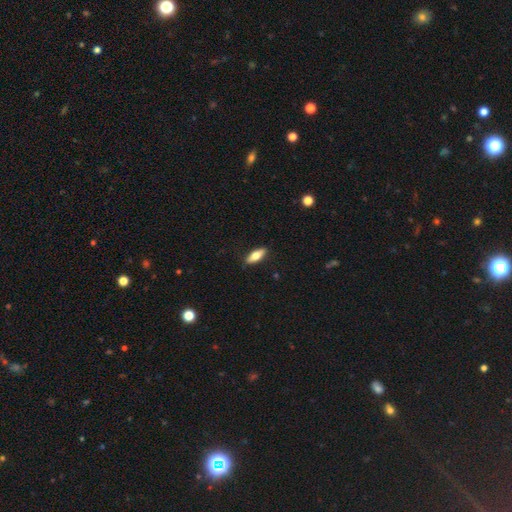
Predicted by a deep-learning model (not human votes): Smooth or featured?
  - smooth: 68% *
  - featured or disk: 26%
  - star or artifact: 6%
How rounded?
  - in between: 66% *
  - cigar-shaped: 31%
  - round: 3%
Merging?
  - none: 89% *
  - minor disturbance: 8%
  - major disturbance: 2%
  - merger: 1%